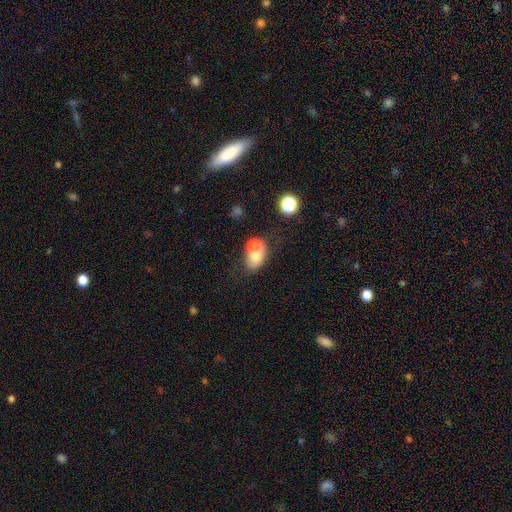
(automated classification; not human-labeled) This appears to be a smooth galaxy with no disk features (66%) that is in between round and cigar-shaped (62%). Merging: merger (51%).